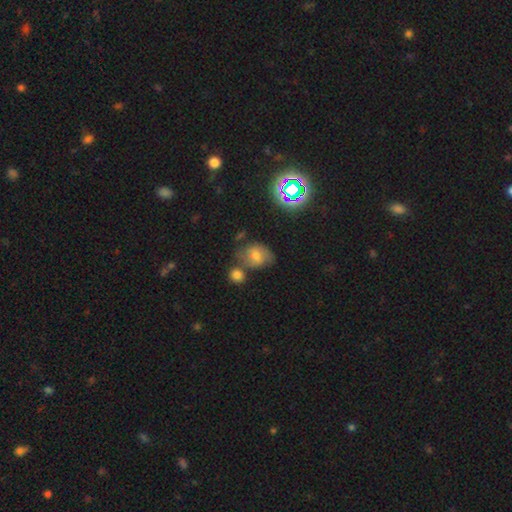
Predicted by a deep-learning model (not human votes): Overall: smooth (53%; featured or disk 27%). How rounded: in between (50%; round 49%). Merging: none (52%; minor disturbance 21%).